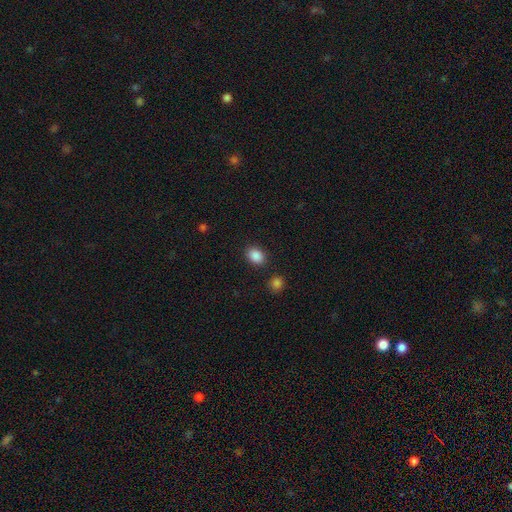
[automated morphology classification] smooth_or_featured: smooth (p=0.87) [alt: star or artifact p=0.09]
how_rounded: in between (p=0.65) [alt: round p=0.34]
merging: none (p=0.85) [alt: minor disturbance p=0.09]